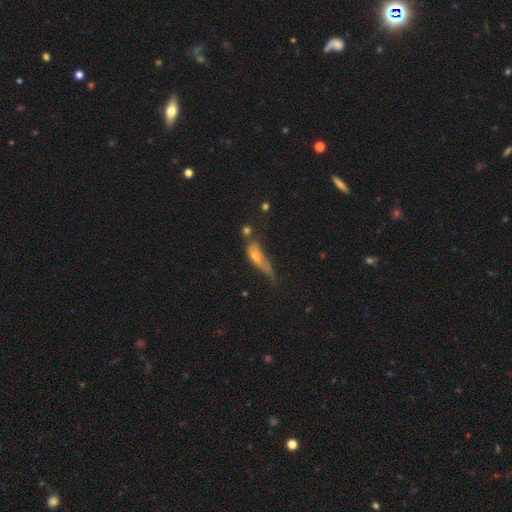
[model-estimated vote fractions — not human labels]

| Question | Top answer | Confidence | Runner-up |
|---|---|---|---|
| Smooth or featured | smooth | 52% | featured or disk (36%) |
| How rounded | cigar-shaped | 53% | in between (42%) |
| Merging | major disturbance | 33% | minor disturbance (26%) |